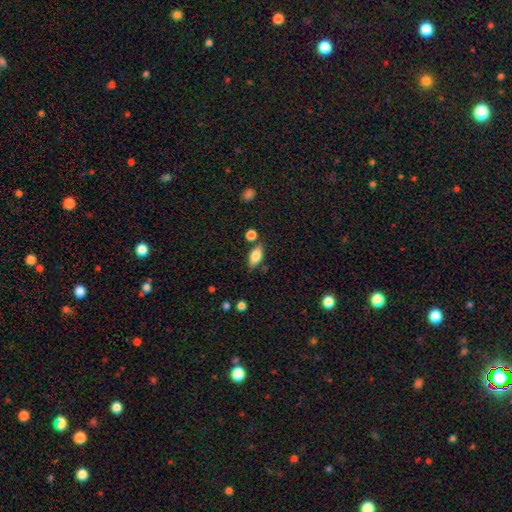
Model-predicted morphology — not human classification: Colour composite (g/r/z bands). It shows a smooth galaxy with no disk features (77%) that is in between round and cigar-shaped (85%). Merging: none (74%).